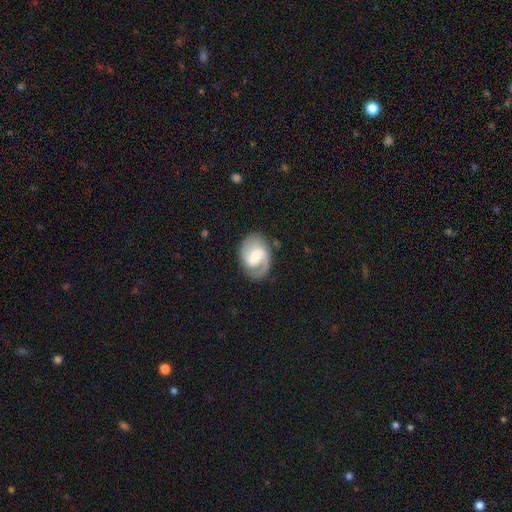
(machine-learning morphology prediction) A featured or disk galaxy (84%) with a weak bar (55%), 2 (84%) medium (53%) spiral arms (96%) and a moderate central bulge (50%). Merging: none (78%).